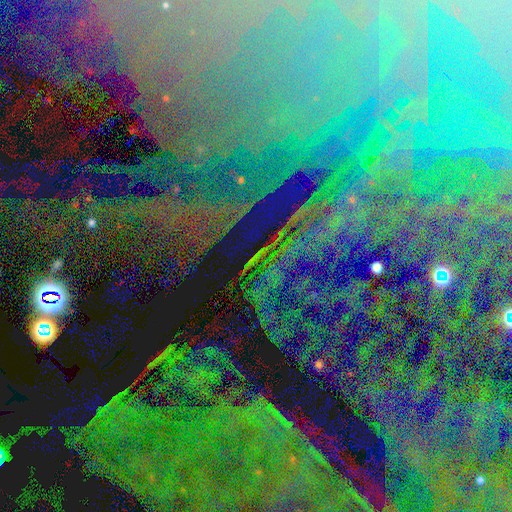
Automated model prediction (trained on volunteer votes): A star or artifact, not a galaxy (85%).

Vote fractions:
- Smooth or featured? star or artifact: 85% / featured or disk: 8% / smooth: 6%